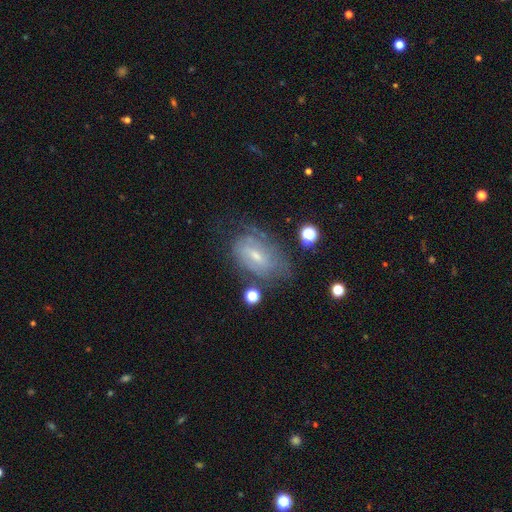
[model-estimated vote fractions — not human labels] The model was most divided on "bar": weak: 51%, no: 34%, strong: 15%. More confident: edge-on disk — no (92%); spiral arms — yes (70%); smooth or featured — featured or disk (62%); bulge size — small (60%); merging — none (54%).